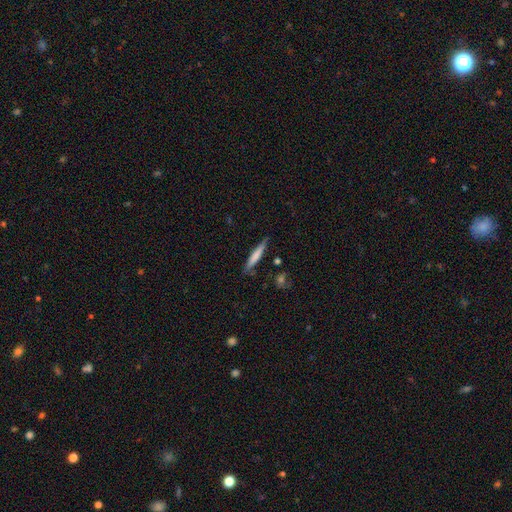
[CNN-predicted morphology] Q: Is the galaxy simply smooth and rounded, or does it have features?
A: smooth — 65%.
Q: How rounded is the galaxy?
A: cigar-shaped — 94%.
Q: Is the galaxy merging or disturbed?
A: none — 83%.